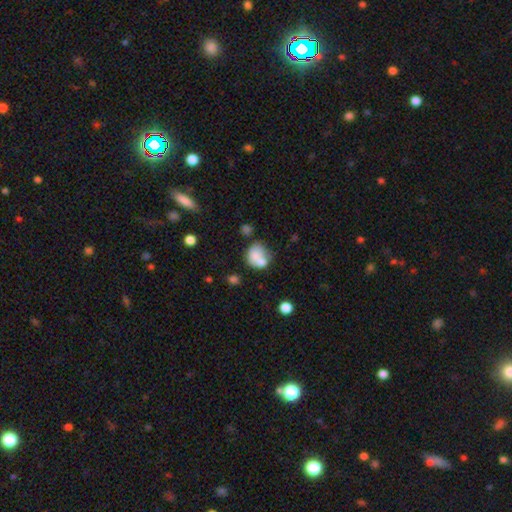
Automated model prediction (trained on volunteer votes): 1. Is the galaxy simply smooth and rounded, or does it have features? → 71% smooth, 19% featured or disk, 9% star or artifact.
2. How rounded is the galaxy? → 61% round, 38% in between, 1% cigar-shaped.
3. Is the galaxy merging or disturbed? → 46% merger, 32% none, 14% minor disturbance, 8% major disturbance.